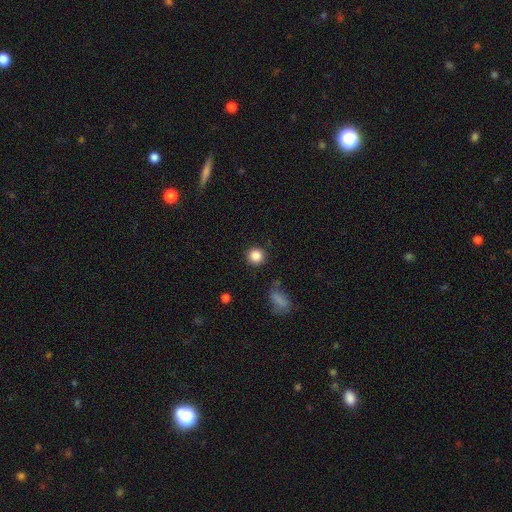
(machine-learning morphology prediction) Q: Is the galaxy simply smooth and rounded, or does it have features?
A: smooth — 86%.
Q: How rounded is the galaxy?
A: round — 93%.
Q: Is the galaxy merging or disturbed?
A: none — 88%.